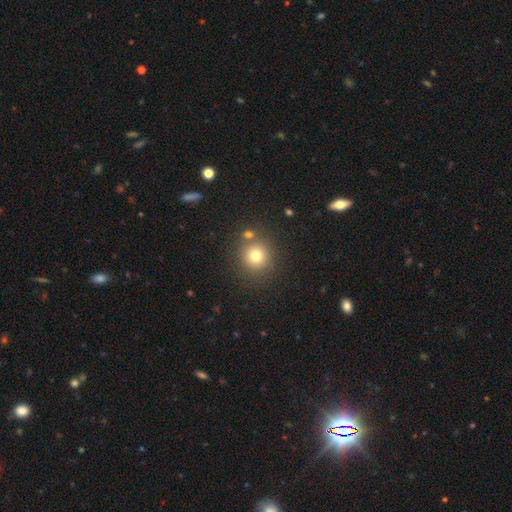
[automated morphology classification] Smooth or featured? Predicted: smooth (p=0.76). How rounded? Predicted: round (p=0.92). Merging? Predicted: none (p=0.78).